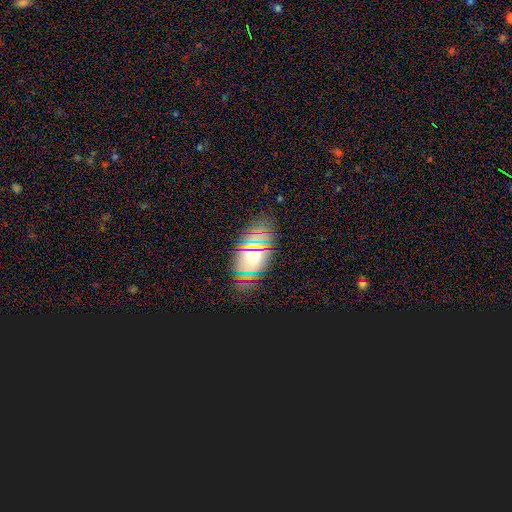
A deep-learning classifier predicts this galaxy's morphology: Q: Smooth or featured?
A: smooth (40%); runner-up: featured or disk (36%)
Q: Merging?
A: none (81%); runner-up: minor disturbance (13%)